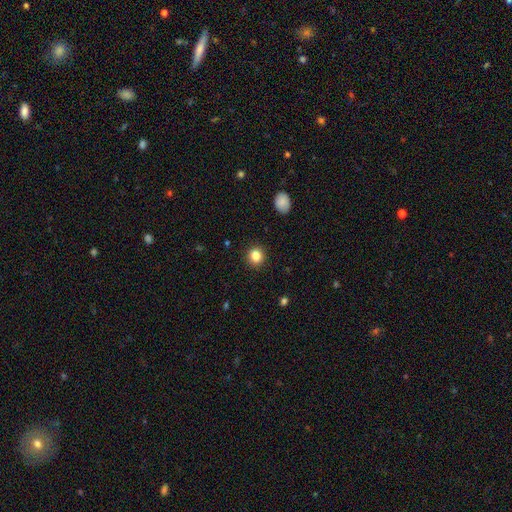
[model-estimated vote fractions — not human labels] Smooth or featured? smooth (84%)
How rounded? round (89%)
Merging? none (91%)